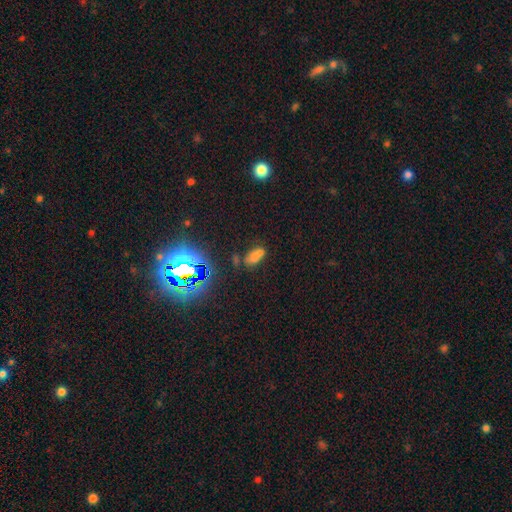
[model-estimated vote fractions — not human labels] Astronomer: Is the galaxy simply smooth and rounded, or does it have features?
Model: smooth — 59%.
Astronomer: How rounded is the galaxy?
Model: in between — 83%.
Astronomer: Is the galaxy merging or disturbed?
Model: none — 46% (runner-up: merger, 29%).